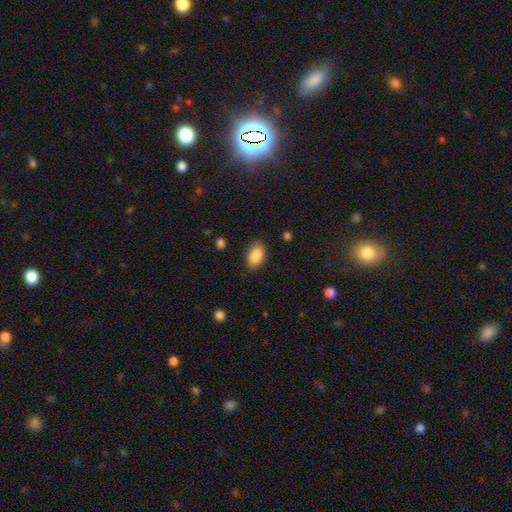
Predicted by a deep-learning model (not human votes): The model was most divided on "merging": none: 85%, minor disturbance: 11%, major disturbance: 3%, merger: 1%. More confident: how rounded — in between (92%); smooth or featured — smooth (86%).